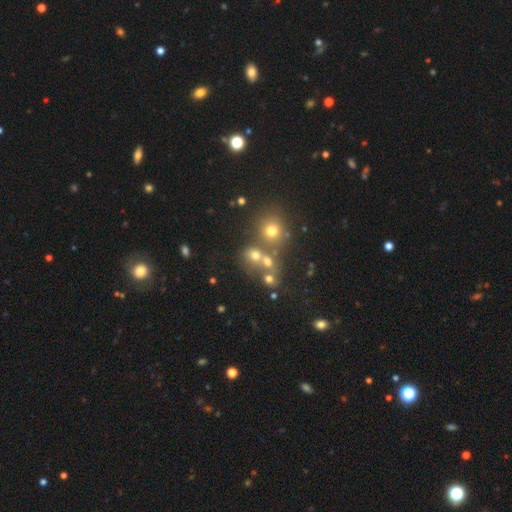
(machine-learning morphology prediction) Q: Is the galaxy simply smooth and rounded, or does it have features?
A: smooth — 60%.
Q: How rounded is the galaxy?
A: round — 71%.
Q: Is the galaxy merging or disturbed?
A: none — 46%.